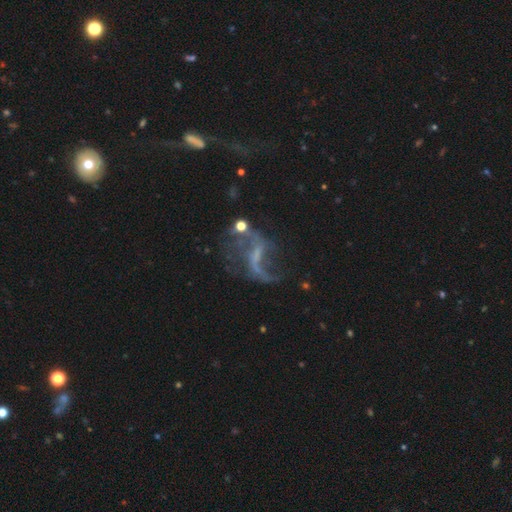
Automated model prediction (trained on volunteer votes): Smooth or featured? featured or disk (77%)
Edge-on disk? no (95%)
Bar? weak (42%)
Spiral arms? yes (79%)
Spiral winding? loose (86%)
Spiral arm count? 2 (72%)
Bulge size? none (51%)
Merging? none (41%)